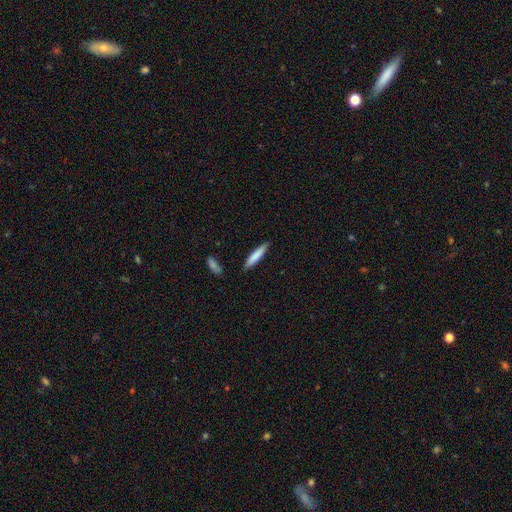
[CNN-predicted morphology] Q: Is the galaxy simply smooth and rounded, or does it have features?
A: smooth — 78%.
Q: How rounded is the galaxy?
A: cigar-shaped — 90%.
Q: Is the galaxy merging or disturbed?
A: none — 86%.